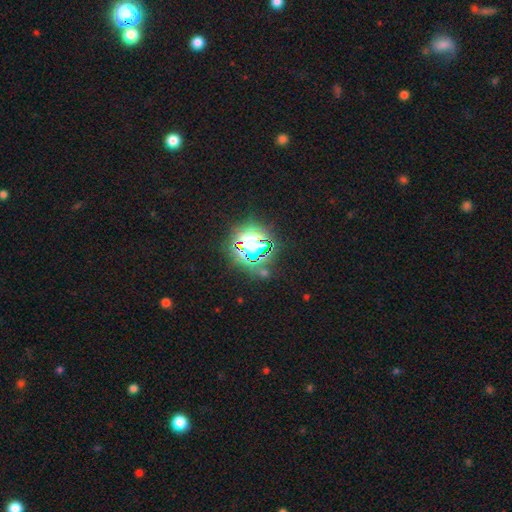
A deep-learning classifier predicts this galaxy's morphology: Smooth or featured? Predicted: star or artifact (p=0.79).